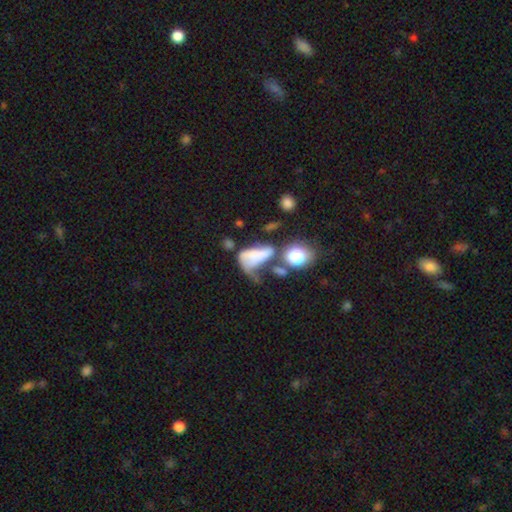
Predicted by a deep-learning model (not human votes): Q: Smooth or featured?
A: smooth (50%); runner-up: featured or disk (37%)
Q: Merging?
A: major disturbance (43%); runner-up: merger (28%)